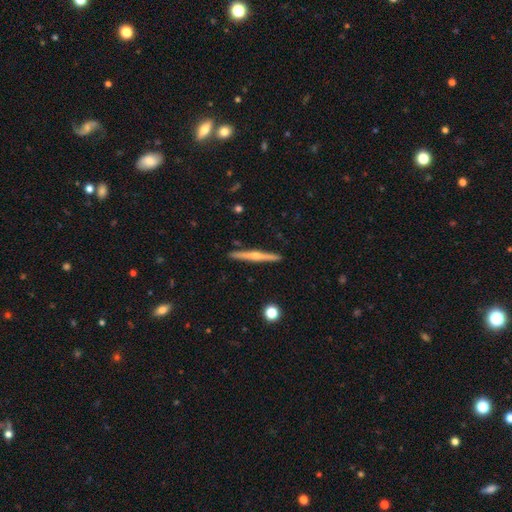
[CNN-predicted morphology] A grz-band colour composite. It shows a featured or disk galaxy (73%) viewed edge-on (98%) with a rounded central bulge (85%). Merging: none (92%).